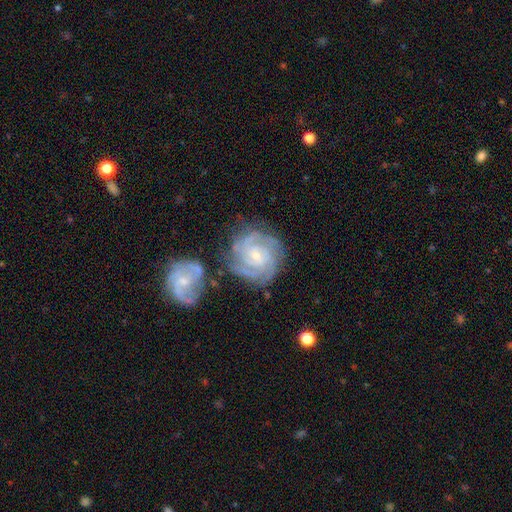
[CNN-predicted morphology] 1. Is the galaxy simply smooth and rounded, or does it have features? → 88% featured or disk, 7% smooth, 5% star or artifact.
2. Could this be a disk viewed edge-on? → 98% no, 2% yes.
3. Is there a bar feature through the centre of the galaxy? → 52% no, 38% weak, 11% strong.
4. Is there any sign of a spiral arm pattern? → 98% yes, 2% no.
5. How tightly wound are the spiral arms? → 75% tight, 22% medium, 3% loose.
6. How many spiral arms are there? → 33% 3, 20% 2, 19% 4, 16% can't tell, 6% more than 4, 5% 1.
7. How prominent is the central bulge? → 74% small, 21% moderate, 2% none, 1% large, 1% dominant.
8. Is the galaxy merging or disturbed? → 64% none, 15% minor disturbance, 15% merger, 5% major disturbance.